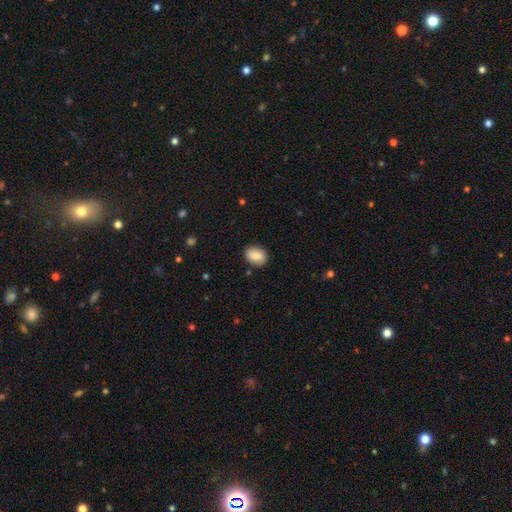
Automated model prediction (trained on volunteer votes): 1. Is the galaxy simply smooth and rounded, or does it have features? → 82% smooth, 11% featured or disk, 7% star or artifact.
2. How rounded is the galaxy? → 64% in between, 35% round, 1% cigar-shaped.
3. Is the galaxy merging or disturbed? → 87% none, 10% minor disturbance, 2% major disturbance, 1% merger.